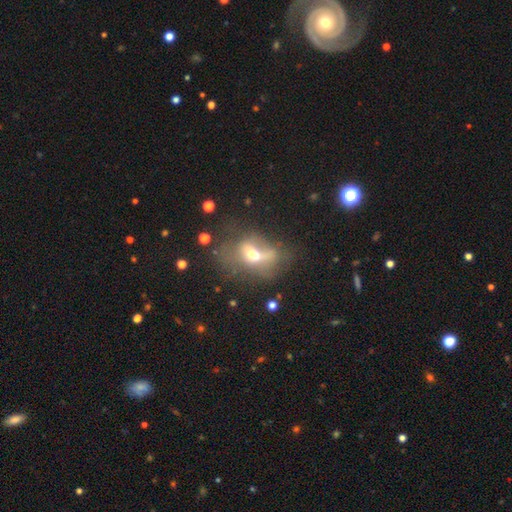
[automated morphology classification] type=smooth (45%); merging=major disturbance (33%).